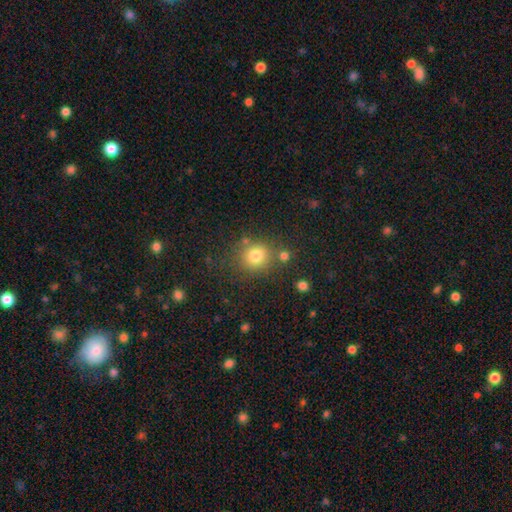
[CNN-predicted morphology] A smooth galaxy with no disk features (78%) that is round (84%).

Vote fractions:
- Smooth or featured? smooth: 78% / star or artifact: 14% / featured or disk: 8%
- How rounded? round: 84% / in between: 15% / cigar-shaped: 1%
- Merging? none: 75% / minor disturbance: 11% / merger: 10% / major disturbance: 4%